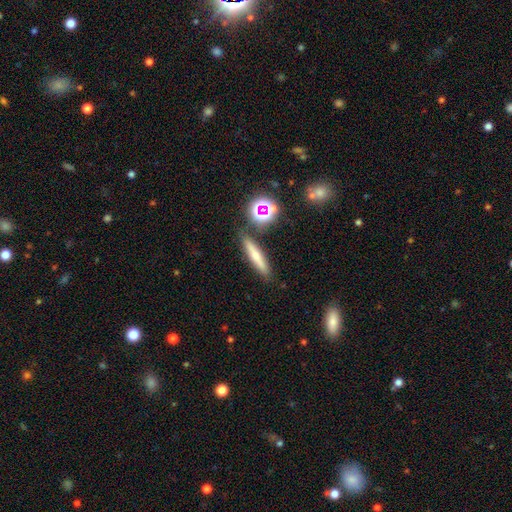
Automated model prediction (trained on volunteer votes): Q: Smooth or featured?
A: smooth (54%); runner-up: featured or disk (33%)
Q: How rounded?
A: cigar-shaped (84%); runner-up: in between (11%)
Q: Merging?
A: none (84%); runner-up: minor disturbance (9%)